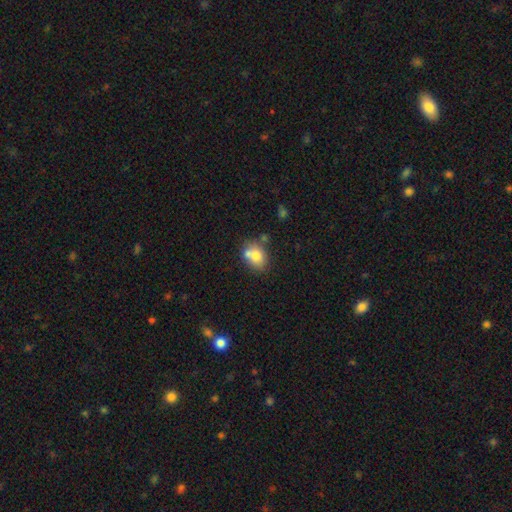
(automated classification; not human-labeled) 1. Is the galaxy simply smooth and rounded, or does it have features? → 73% smooth, 17% featured or disk, 10% star or artifact.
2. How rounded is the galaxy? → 56% in between, 43% round, 1% cigar-shaped.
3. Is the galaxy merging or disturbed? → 52% none, 28% merger, 16% minor disturbance, 5% major disturbance.